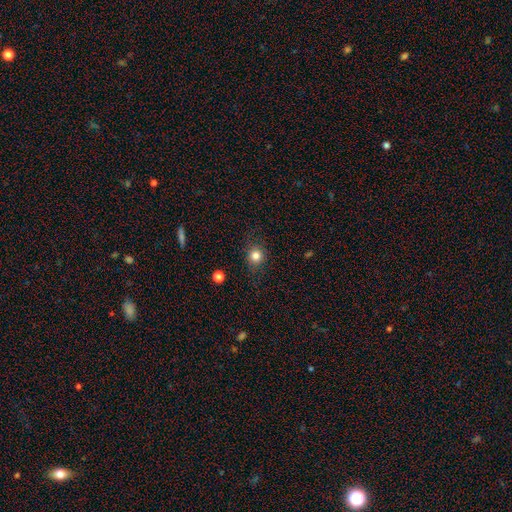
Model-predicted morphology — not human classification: A smooth galaxy with no disk features (82%) that is round (85%). Merging: none (83%).